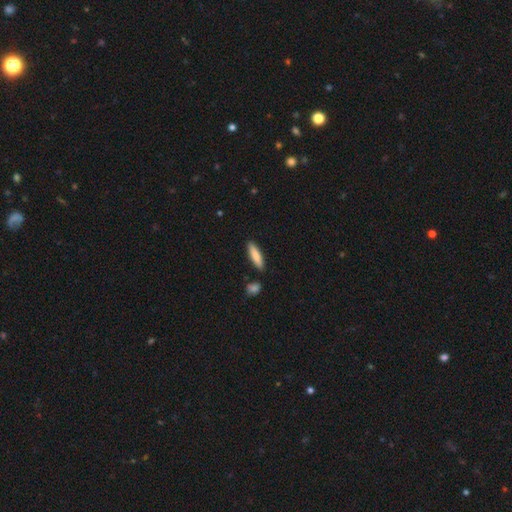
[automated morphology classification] Overall: smooth (83%). How rounded: cigar-shaped (71%). Merging: none (86%).